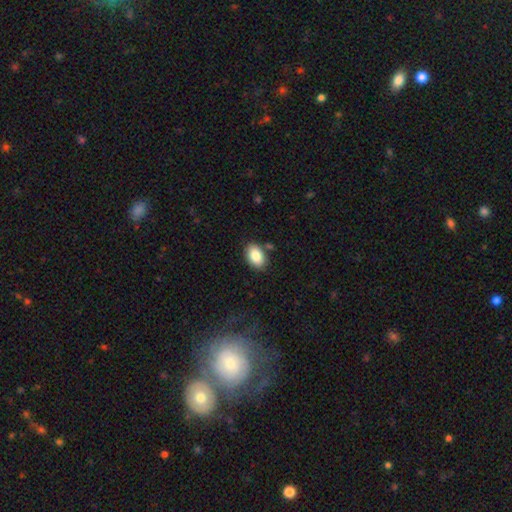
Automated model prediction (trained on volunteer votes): smooth_or_featured: smooth (p=0.86) [alt: star or artifact p=0.07]
how_rounded: in between (p=0.89) [alt: round p=0.10]
merging: none (p=0.82) [alt: minor disturbance p=0.11]